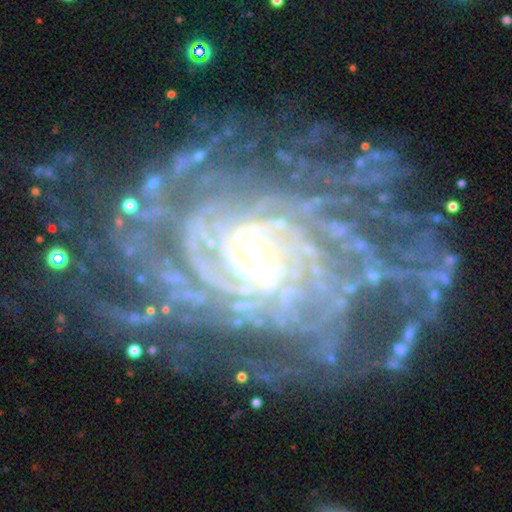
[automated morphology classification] Overall: featured or disk (91%). Edge-on disk: no (97%). Bar: weak (47%; strong 33%). Spiral arms: yes (97%). Spiral arm count: more than 4 (30%; can't tell 27%). Spiral winding: tight (74%). Bulge size: small (53%; moderate 37%). Merging: none (66%).